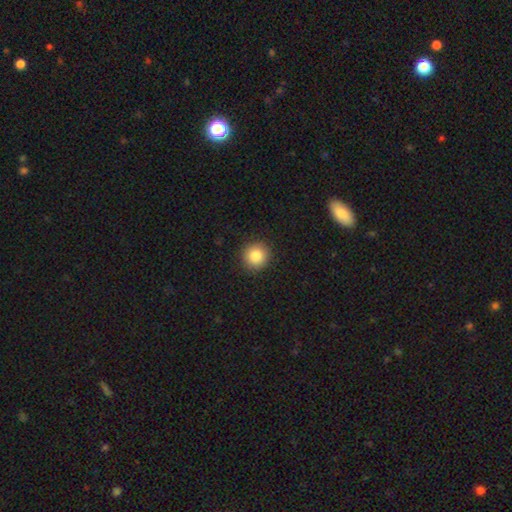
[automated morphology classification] smooth_or_featured: smooth (p=0.86) [alt: star or artifact p=0.09]
how_rounded: round (p=0.93) [alt: in between p=0.06]
merging: none (p=0.91) [alt: minor disturbance p=0.06]